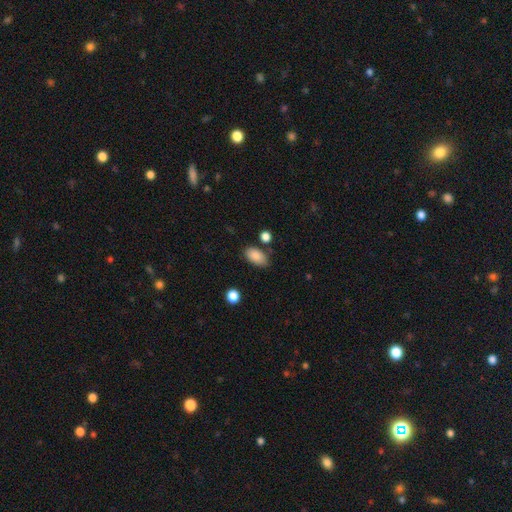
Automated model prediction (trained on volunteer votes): The model was most divided on "merging": none: 75%, minor disturbance: 15%, merger: 6%, major disturbance: 4%. More confident: how rounded — in between (92%); smooth or featured — smooth (87%).